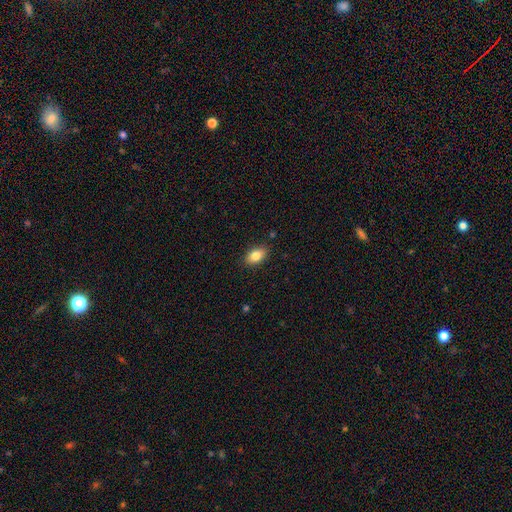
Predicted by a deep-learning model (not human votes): A smooth galaxy with no disk features (83%) that is in between round and cigar-shaped (89%). Merging: none (87%).